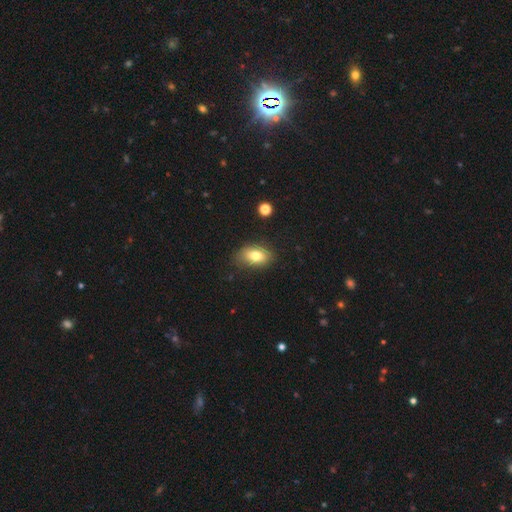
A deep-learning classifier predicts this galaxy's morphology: Smooth or featured? Predicted: smooth (p=0.79). How rounded? Predicted: in between (p=0.87). Merging? Predicted: none (p=0.79).